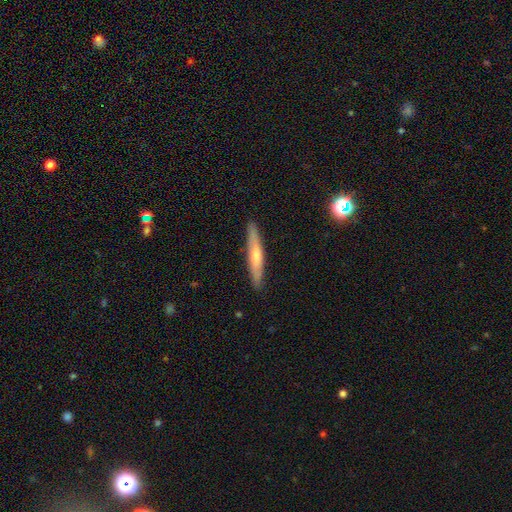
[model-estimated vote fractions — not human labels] smooth_or_featured: smooth (p=0.50) [alt: featured or disk p=0.44]
merging: none (p=0.89) [alt: minor disturbance p=0.08]